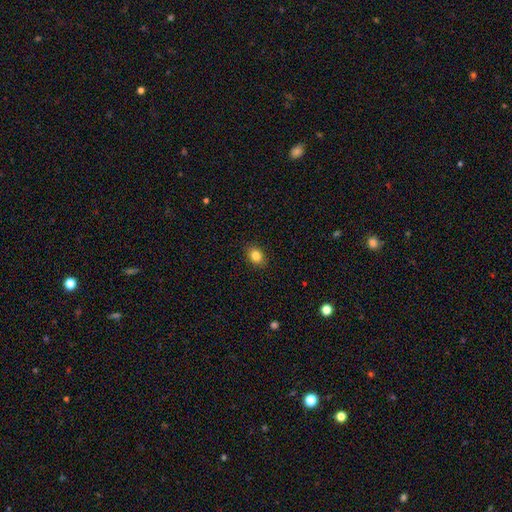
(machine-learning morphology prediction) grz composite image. It shows a smooth galaxy with no disk features (84%) that is in between round and cigar-shaped (63%). Merging: none (89%).